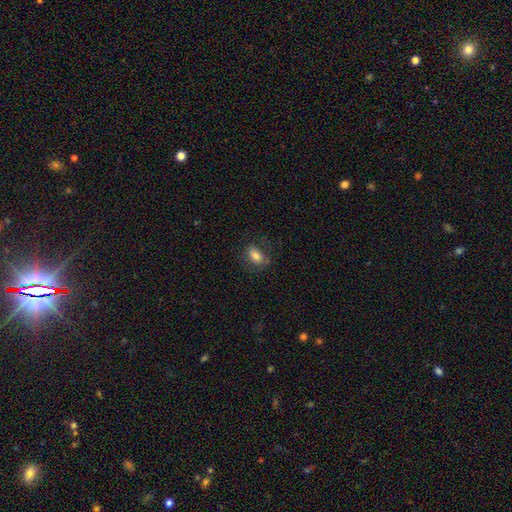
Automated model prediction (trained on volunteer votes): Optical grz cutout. It shows a smooth galaxy with no disk features (77%) that is in between round and cigar-shaped (85%). Merging: none (72%).